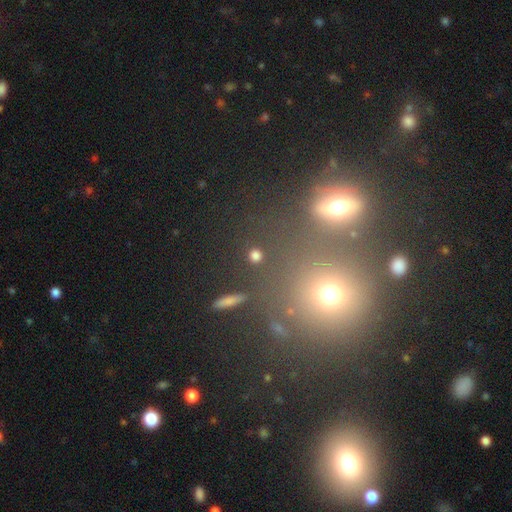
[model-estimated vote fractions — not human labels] smooth-or-featured: smooth: 77% | star or artifact: 17% | featured or disk: 6%
  how-rounded: round: 90% | in between: 8% | cigar-shaped: 2%
  merging: none: 89% | minor disturbance: 6% | merger: 3% | major disturbance: 2%